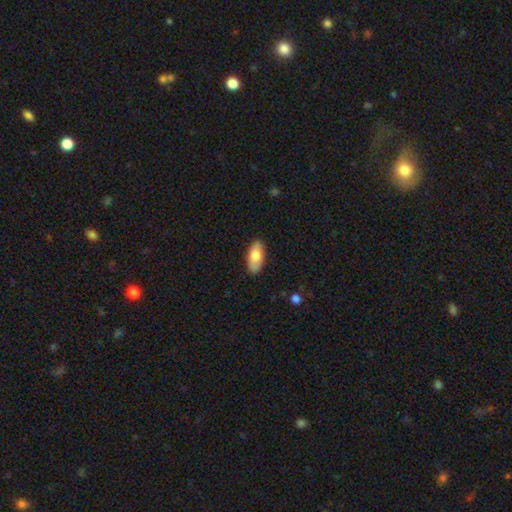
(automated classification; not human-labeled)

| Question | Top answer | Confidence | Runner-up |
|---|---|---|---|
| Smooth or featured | smooth | 79% | featured or disk (15%) |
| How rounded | in between | 90% | cigar-shaped (8%) |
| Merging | none | 86% | minor disturbance (10%) |